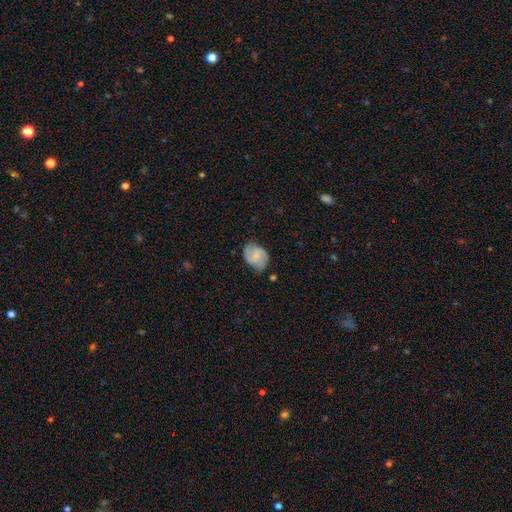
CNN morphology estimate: Smooth or featured?
  - smooth: 60% *
  - featured or disk: 32%
  - star or artifact: 8%
How rounded?
  - in between: 65% *
  - round: 34%
  - cigar-shaped: 1%
Merging?
  - none: 61% *
  - minor disturbance: 30%
  - major disturbance: 7%
  - merger: 2%